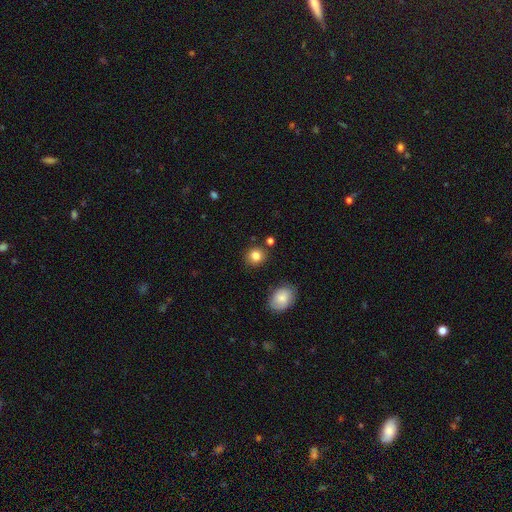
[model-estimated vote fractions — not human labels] Q: Smooth or featured?
A: smooth (84%); runner-up: star or artifact (10%)
Q: How rounded?
A: round (82%); runner-up: in between (17%)
Q: Merging?
A: none (85%); runner-up: minor disturbance (9%)